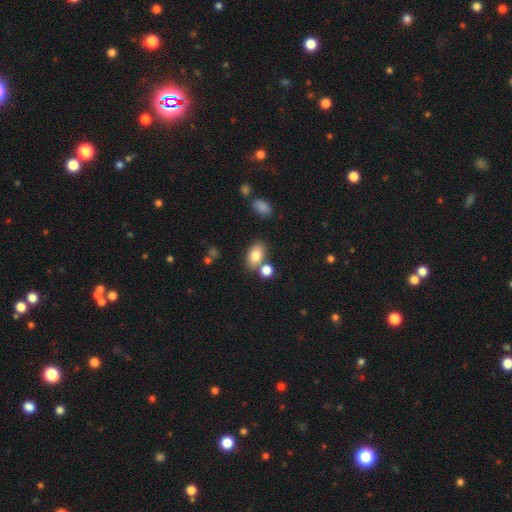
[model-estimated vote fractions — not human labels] smooth 81%, featured or disk 9%, star or artifact 9%. Down the decision tree: how rounded — in between (86%); merging — none (64%).